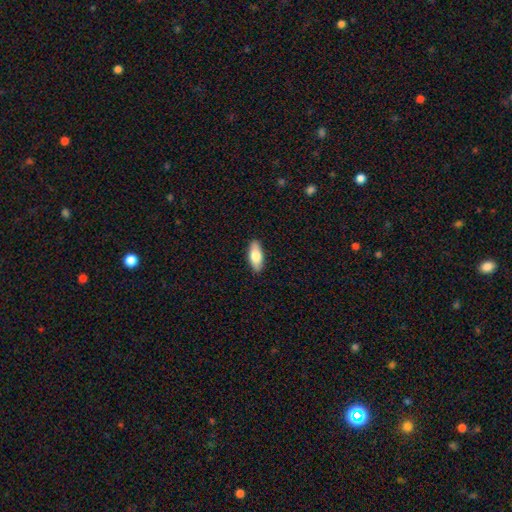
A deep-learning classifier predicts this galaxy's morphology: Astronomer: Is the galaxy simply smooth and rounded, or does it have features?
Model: smooth — 74%.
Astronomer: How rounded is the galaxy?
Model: in between — 81%.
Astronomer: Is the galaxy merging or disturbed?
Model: none — 89%.